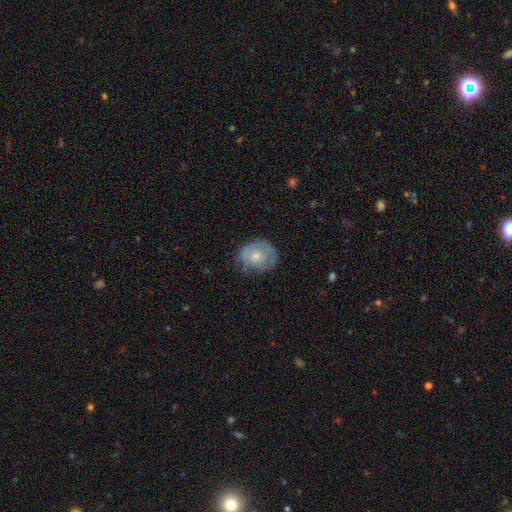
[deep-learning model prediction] smooth_or_featured: featured or disk (p=0.50) [alt: smooth p=0.43]
disk_edge_on: no (p=0.97) [alt: yes p=0.03]
merging: none (p=0.60) [alt: minor disturbance p=0.27]